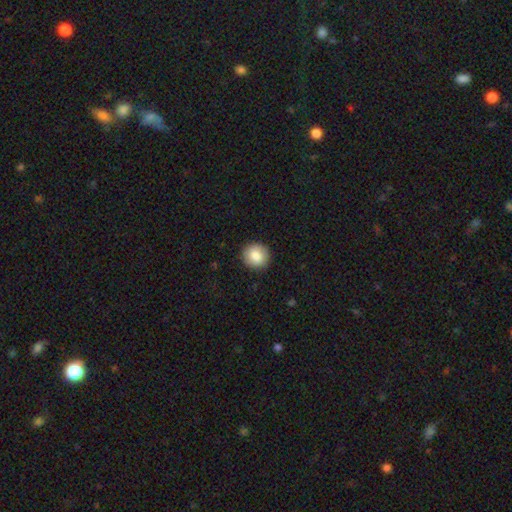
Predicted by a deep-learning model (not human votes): Q: Smooth or featured?
A: smooth (83%); runner-up: featured or disk (9%)
Q: How rounded?
A: round (90%); runner-up: in between (9%)
Q: Merging?
A: none (89%); runner-up: minor disturbance (8%)